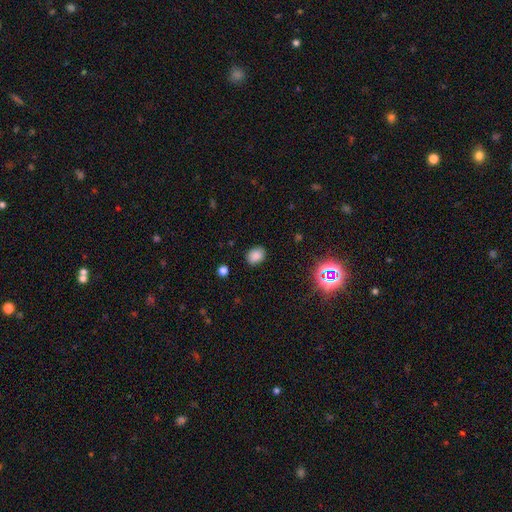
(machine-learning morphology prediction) smooth 83%, star or artifact 12%, featured or disk 4%. Down the decision tree: how rounded — in between (59%); merging — none (86%).